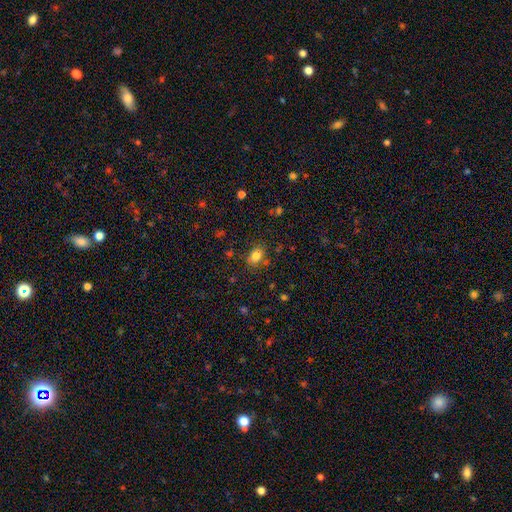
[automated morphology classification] Smooth or featured? smooth (80%)
How rounded? in between (65%)
Merging? none (77%)